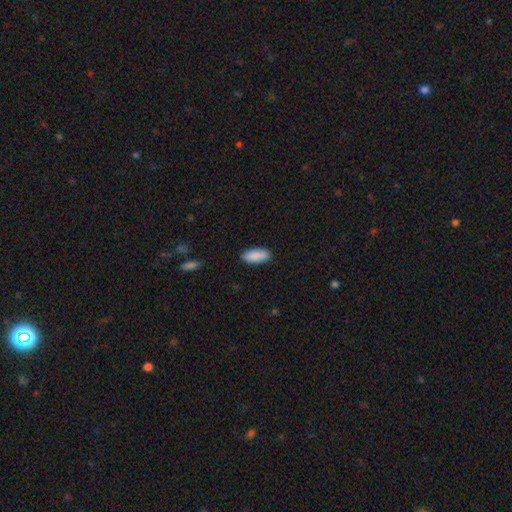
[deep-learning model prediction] Smooth or featured?
  - smooth: 90% *
  - star or artifact: 6%
  - featured or disk: 4%
How rounded?
  - in between: 85% *
  - cigar-shaped: 13%
  - round: 2%
Merging?
  - none: 89% *
  - minor disturbance: 8%
  - major disturbance: 2%
  - merger: 1%